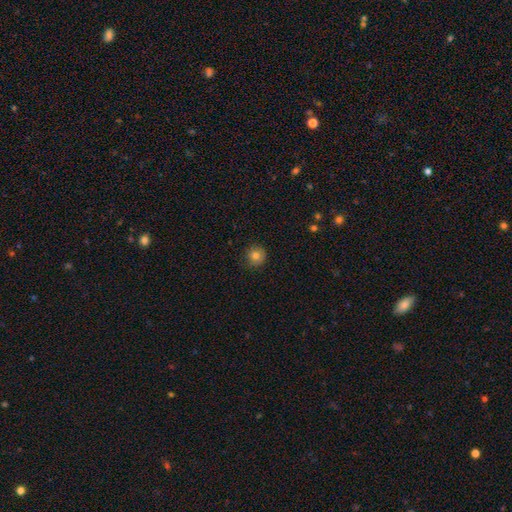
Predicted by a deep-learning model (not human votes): Overall: smooth (80%). How rounded: round (92%). Merging: none (85%).